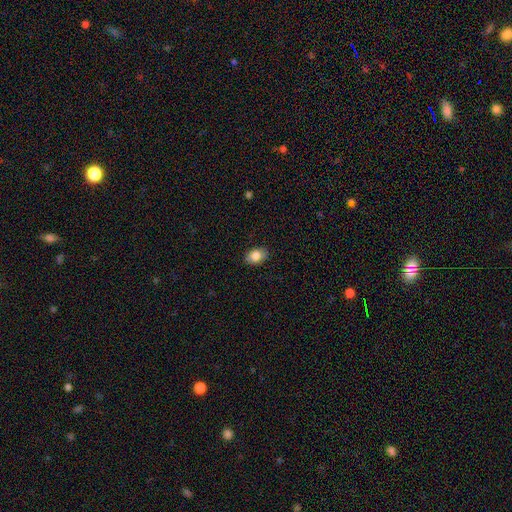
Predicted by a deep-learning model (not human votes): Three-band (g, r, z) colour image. It shows a smooth galaxy with no disk features (85%) that is in between round and cigar-shaped (81%). Merging: none (86%).